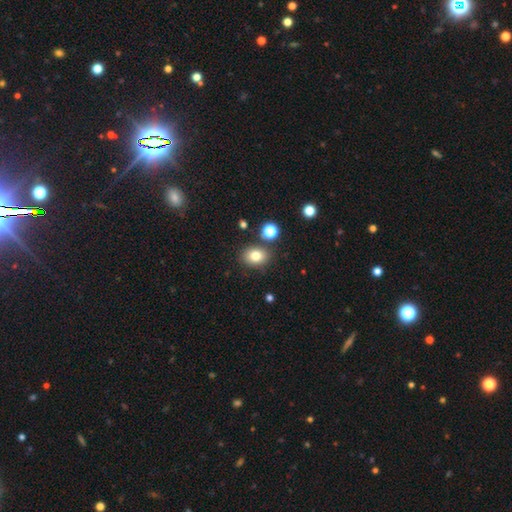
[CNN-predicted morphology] Q: Smooth or featured?
A: smooth (79%); runner-up: star or artifact (12%)
Q: How rounded?
A: in between (59%); runner-up: round (40%)
Q: Merging?
A: none (80%); runner-up: minor disturbance (10%)